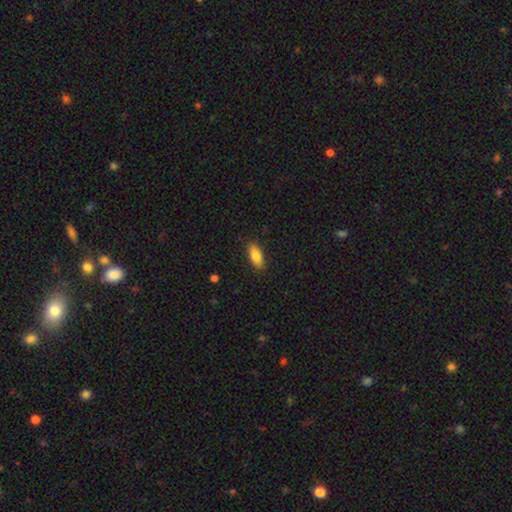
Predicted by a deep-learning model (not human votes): This is clearly a smooth galaxy (84%). How rounded: clearly in between (80%). Merging: clearly none (87%).